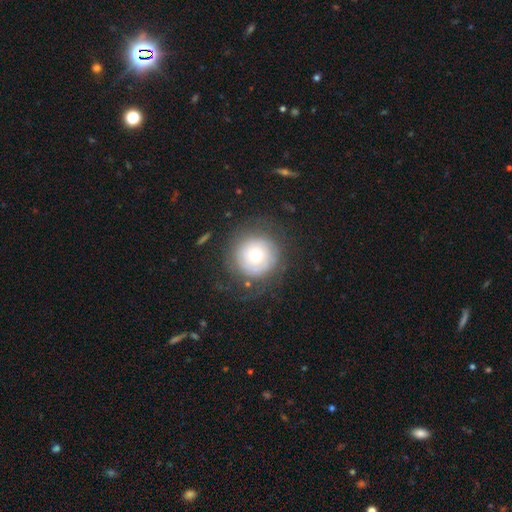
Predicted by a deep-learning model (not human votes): The model was most divided on "smooth or featured": smooth: 51%, featured or disk: 39%, star or artifact: 9%. More confident: how rounded — round (94%); merging — none (70%).